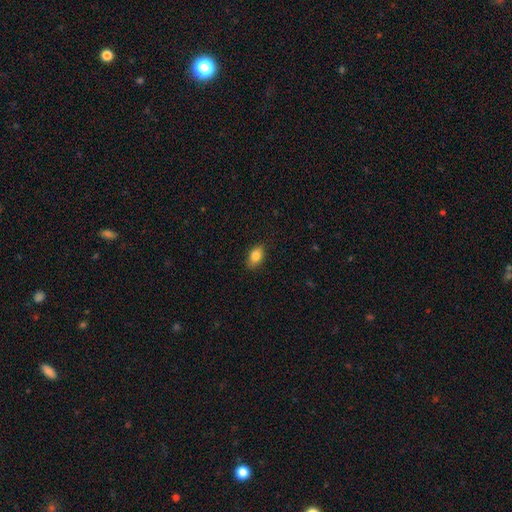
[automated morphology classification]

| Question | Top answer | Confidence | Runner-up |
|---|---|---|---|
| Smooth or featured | smooth | 84% | featured or disk (8%) |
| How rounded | in between | 87% | round (10%) |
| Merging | none | 86% | minor disturbance (11%) |